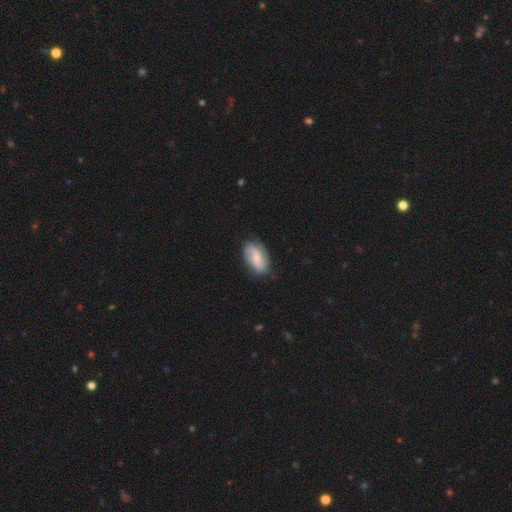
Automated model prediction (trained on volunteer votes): A featured or disk galaxy (48%). Merging: none (73%).